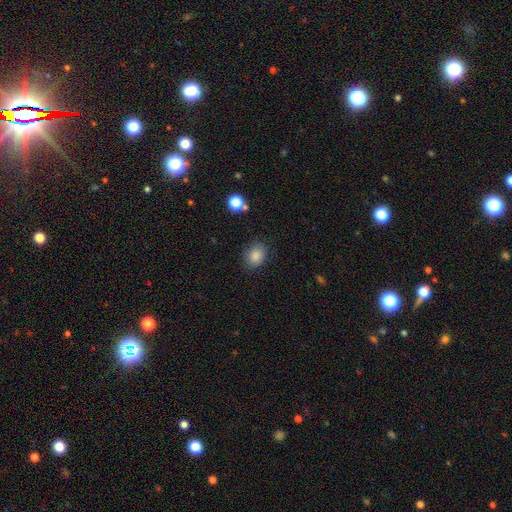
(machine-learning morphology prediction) This is clearly a smooth galaxy (85%). How rounded: possibly in between (58%). Merging: clearly none (82%).